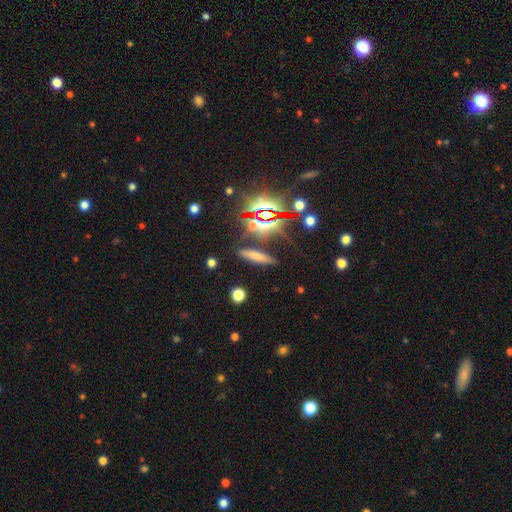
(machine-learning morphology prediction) smooth_or_featured: smooth (p=0.62) [alt: star or artifact p=0.22]
how_rounded: cigar-shaped (p=0.80) [alt: in between p=0.17]
merging: none (p=0.83) [alt: minor disturbance p=0.10]